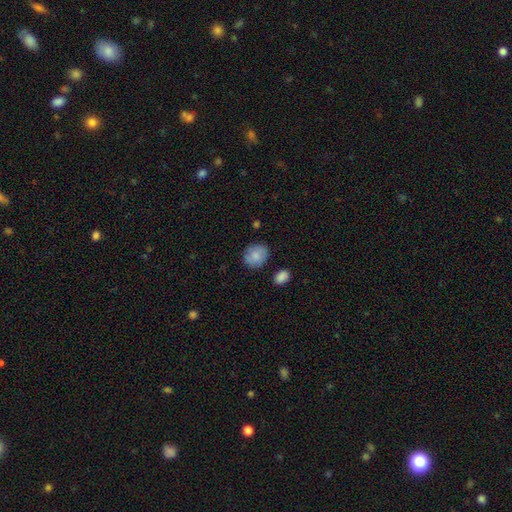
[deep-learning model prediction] Morphology: type=smooth (84%); roundness=round (60%); merging=none (80%).